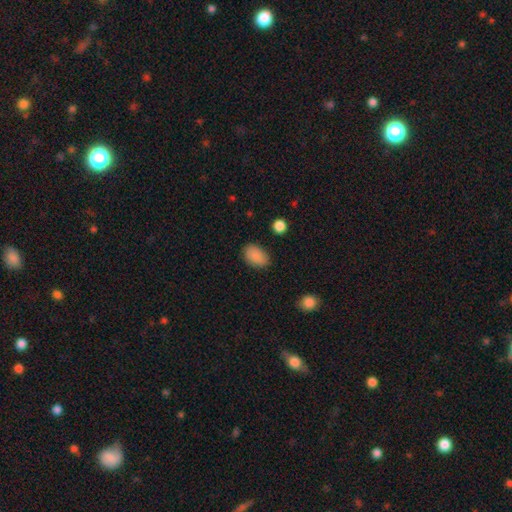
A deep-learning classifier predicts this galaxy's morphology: smooth_or_featured: smooth (p=0.89) [alt: star or artifact p=0.08]
how_rounded: in between (p=0.88) [alt: round p=0.11]
merging: none (p=0.84) [alt: minor disturbance p=0.12]